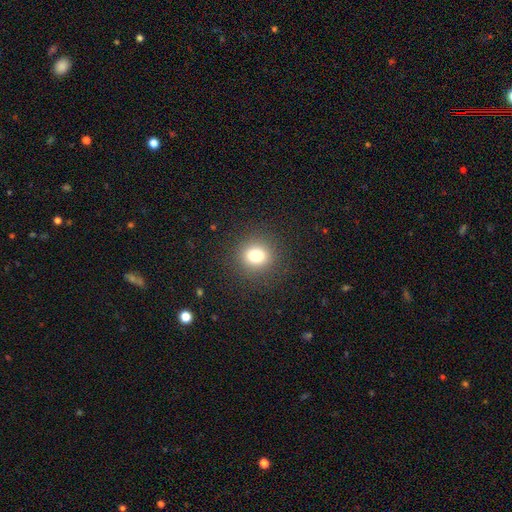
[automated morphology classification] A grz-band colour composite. It shows a smooth galaxy with no disk features (79%) that is round (82%). Merging: none (89%).